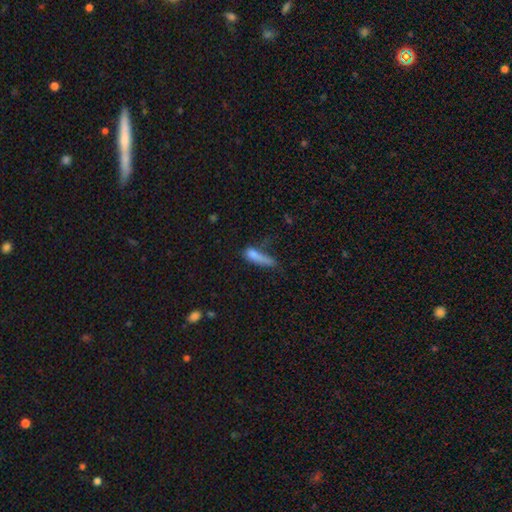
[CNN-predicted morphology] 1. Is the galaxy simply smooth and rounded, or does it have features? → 73% smooth, 17% featured or disk, 10% star or artifact.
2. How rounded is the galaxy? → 56% cigar-shaped, 39% in between, 5% round.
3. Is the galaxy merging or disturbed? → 36% major disturbance, 27% none, 25% minor disturbance, 12% merger.